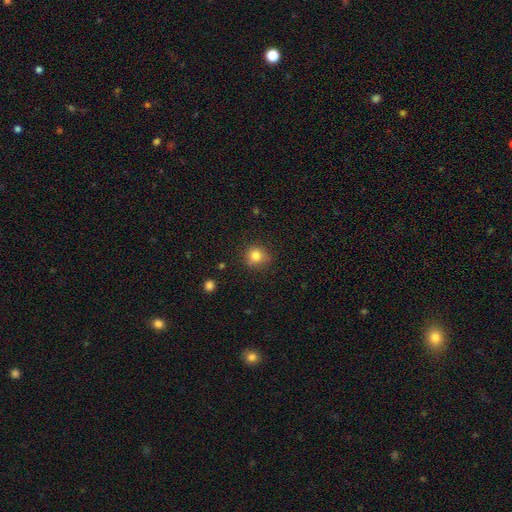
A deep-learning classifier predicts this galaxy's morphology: The model was most divided on "merging": none: 77%, minor disturbance: 17%, major disturbance: 4%, merger: 2%. More confident: how rounded — round (86%); smooth or featured — smooth (82%).